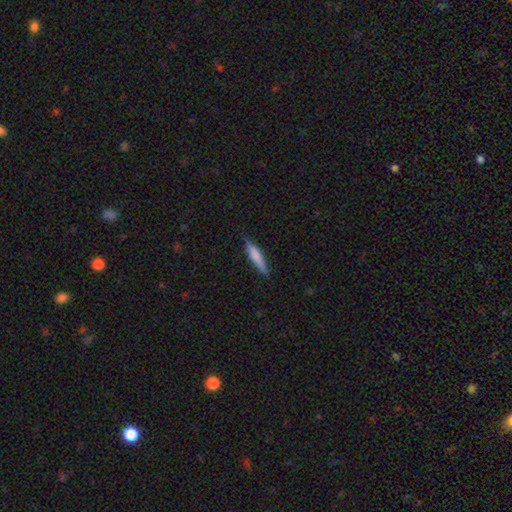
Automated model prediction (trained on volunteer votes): A smooth galaxy with no disk features (72%) that is cigar-shaped (86%).

Vote fractions:
- Smooth or featured? smooth: 72% / featured or disk: 22% / star or artifact: 6%
- How rounded? cigar-shaped: 86% / in between: 12% / round: 1%
- Merging? none: 81% / minor disturbance: 15% / major disturbance: 3% / merger: 1%